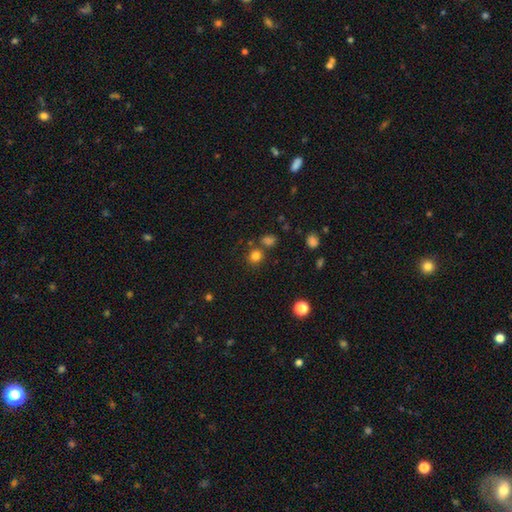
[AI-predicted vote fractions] smooth-or-featured: smooth: 78% | star or artifact: 17% | featured or disk: 5%
  how-rounded: round: 87% | in between: 12% | cigar-shaped: 1%
  merging: none: 73% | merger: 14% | minor disturbance: 9% | major disturbance: 4%